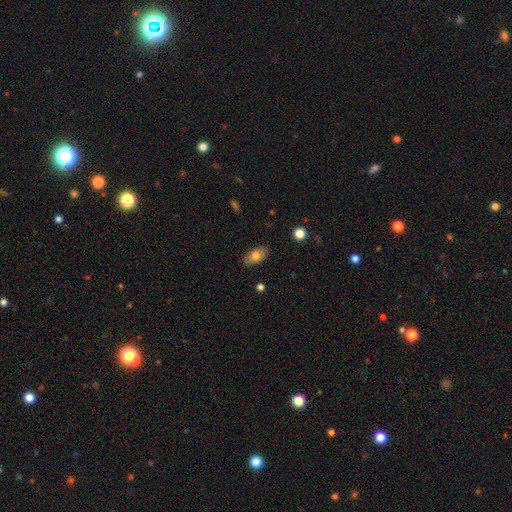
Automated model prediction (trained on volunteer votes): Morphology: type=smooth (76%); roundness=in between (92%); merging=none (86%).